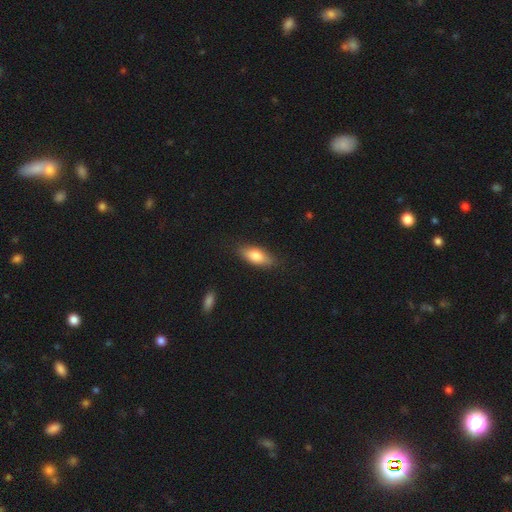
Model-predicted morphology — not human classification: Smooth or featured?
  - smooth: 77% *
  - featured or disk: 17%
  - star or artifact: 6%
How rounded?
  - in between: 76% *
  - cigar-shaped: 22%
  - round: 3%
Merging?
  - none: 84% *
  - minor disturbance: 12%
  - major disturbance: 2%
  - merger: 1%